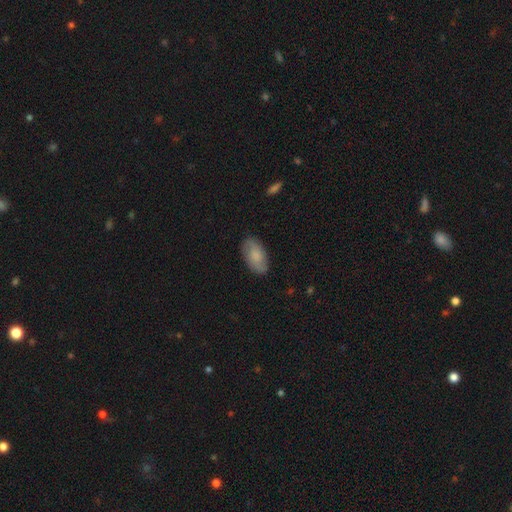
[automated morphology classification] smooth_or_featured: smooth (p=0.62) [alt: featured or disk p=0.31]
how_rounded: in between (p=0.94) [alt: round p=0.04]
merging: none (p=0.83) [alt: minor disturbance p=0.13]